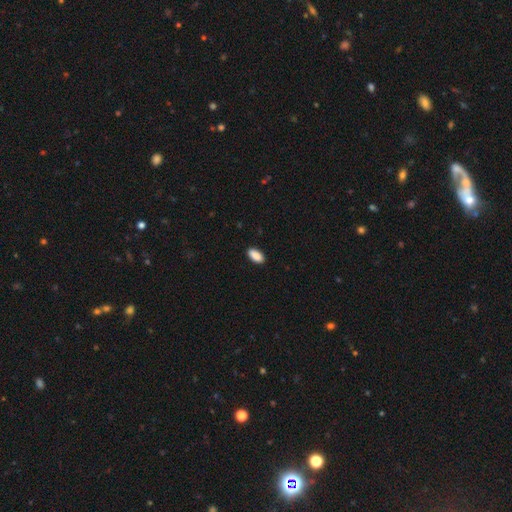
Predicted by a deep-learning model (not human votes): smooth_or_featured: smooth (p=0.90) [alt: star or artifact p=0.07]
how_rounded: in between (p=0.91) [alt: cigar-shaped p=0.07]
merging: none (p=0.89) [alt: minor disturbance p=0.08]